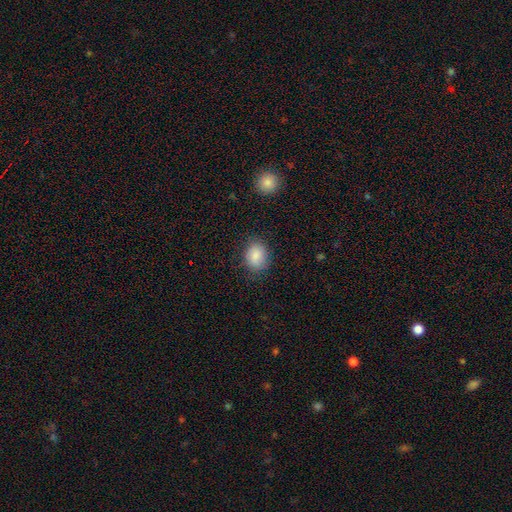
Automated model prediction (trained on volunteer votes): This is clearly a smooth galaxy (87%). How rounded: possibly in between (56%). Merging: clearly none (81%).